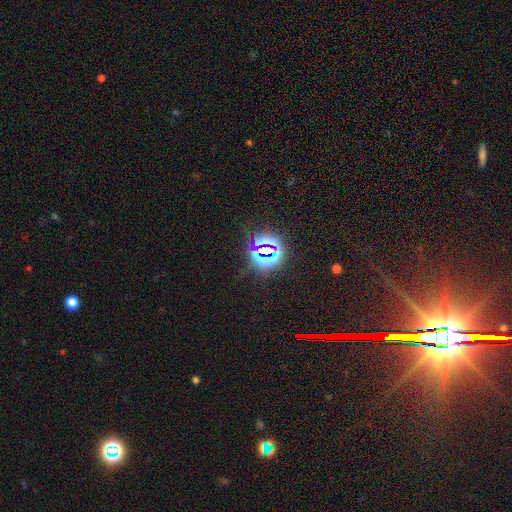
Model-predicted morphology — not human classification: type=star or artifact (83%).